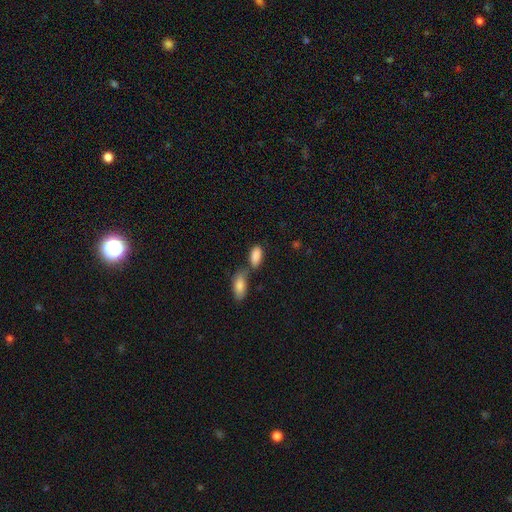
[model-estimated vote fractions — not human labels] The model was most divided on "merging": none: 47%, merger: 34%, minor disturbance: 14%, major disturbance: 5%. More confident: how rounded — in between (90%); smooth or featured — smooth (87%).